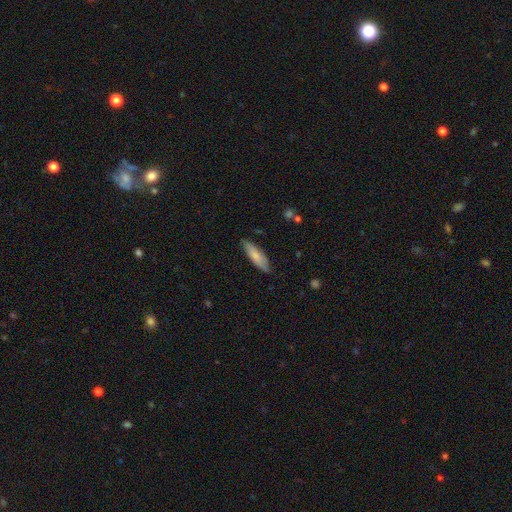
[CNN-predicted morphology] smooth-or-featured: smooth: 73% | featured or disk: 21% | star or artifact: 6%
  how-rounded: cigar-shaped: 58% | in between: 40% | round: 2%
  merging: none: 80% | minor disturbance: 16% | major disturbance: 2% | merger: 1%